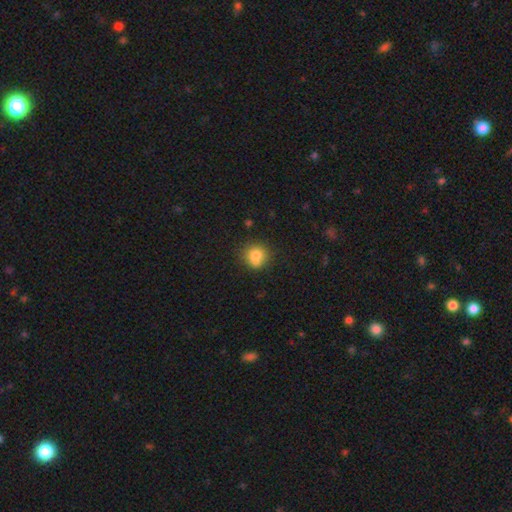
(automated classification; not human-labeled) This is likely a smooth galaxy (76%). How rounded: clearly round (83%). Merging: possibly none (53%).